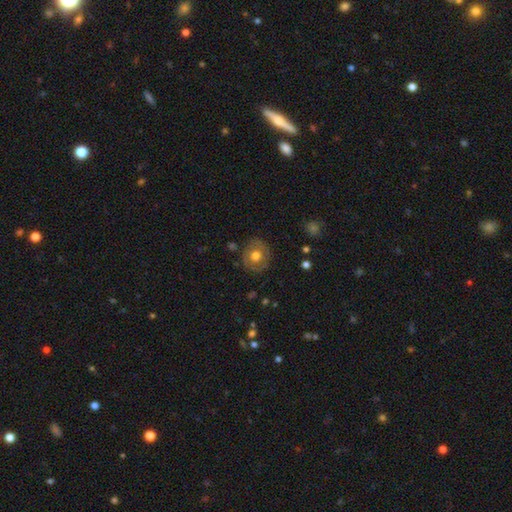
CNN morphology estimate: This appears to be a smooth galaxy with no disk features (58%) that is round (80%). Merging: none (81%).